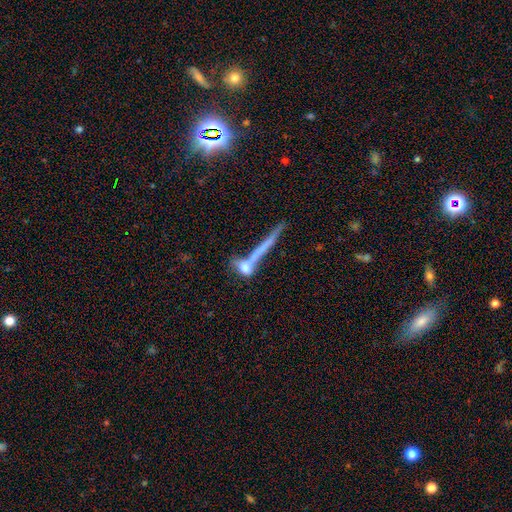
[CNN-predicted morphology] Overall: smooth (41%; featured or disk 40%). Merging: none (57%; merger 26%).